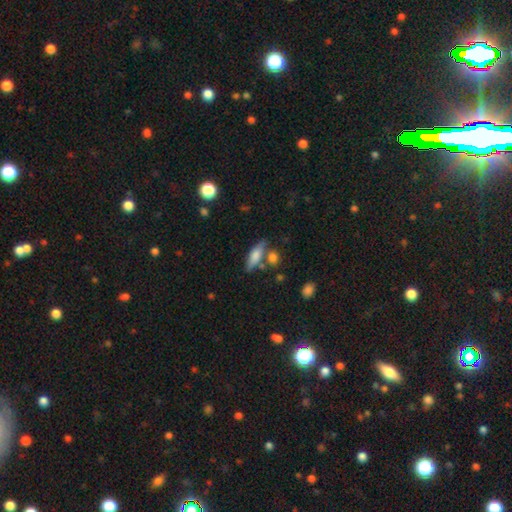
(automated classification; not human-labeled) smooth 69%, featured or disk 23%, star or artifact 7%. Down the decision tree: how rounded — in between (53%); merging — none (63%).